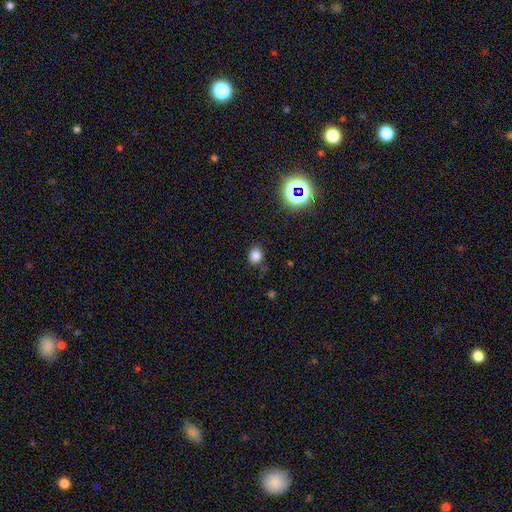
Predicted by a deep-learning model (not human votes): A smooth galaxy with no disk features (79%) that is round (70%). Merging: none (80%).